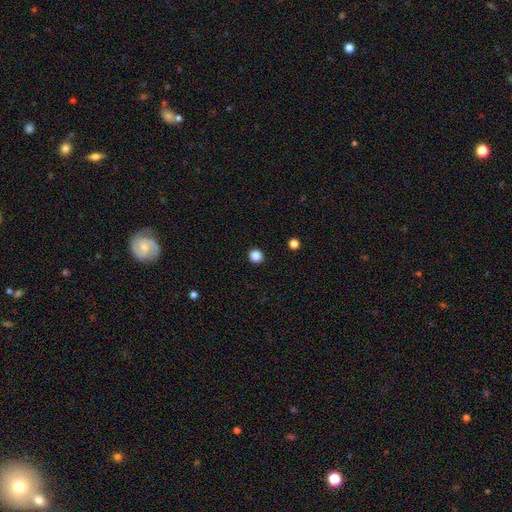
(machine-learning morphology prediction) smooth_or_featured: smooth (p=0.86) [alt: star or artifact p=0.11]
how_rounded: round (p=0.92) [alt: in between p=0.07]
merging: none (p=0.93) [alt: minor disturbance p=0.05]